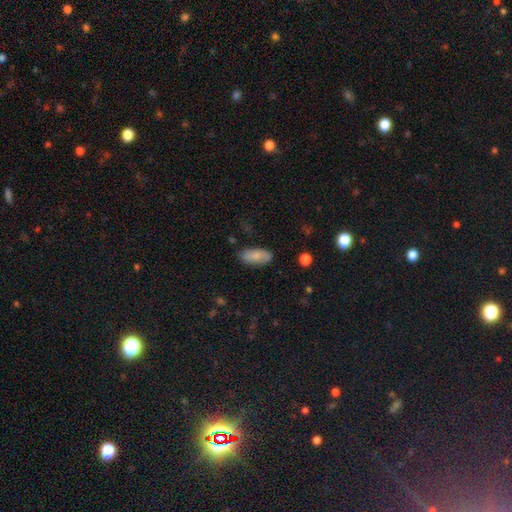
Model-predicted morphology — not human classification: A smooth galaxy with no disk features (80%) that is in between round and cigar-shaped (86%). Merging: none (81%).